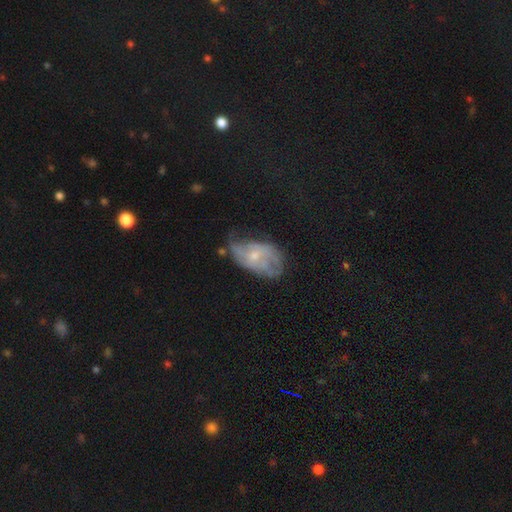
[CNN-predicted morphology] type=featured or disk (64%); edge-on=no (96%); bar=no (72%); spiral arms=yes (64%); bulge=small (61%); merging=none (38%).